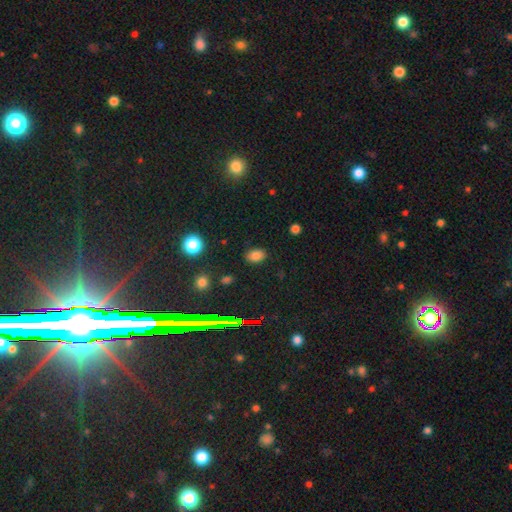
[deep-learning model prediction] This is likely a smooth galaxy (78%). How rounded: likely in between (68%). Merging: clearly none (86%).